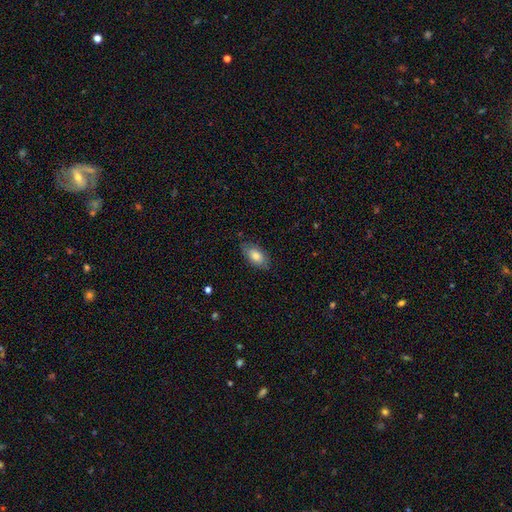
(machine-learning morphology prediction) Smooth or featured? smooth (80%)
How rounded? in between (92%)
Merging? none (78%)